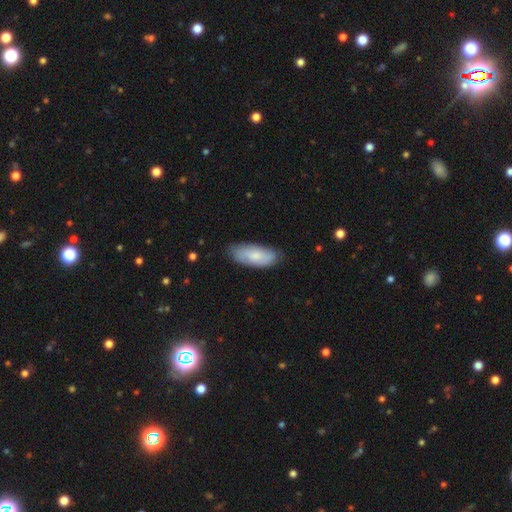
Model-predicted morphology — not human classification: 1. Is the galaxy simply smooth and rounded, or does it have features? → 72% smooth, 22% featured or disk, 6% star or artifact.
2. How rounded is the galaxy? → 82% in between, 16% cigar-shaped, 2% round.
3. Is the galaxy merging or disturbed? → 78% none, 18% minor disturbance, 3% major disturbance, 1% merger.